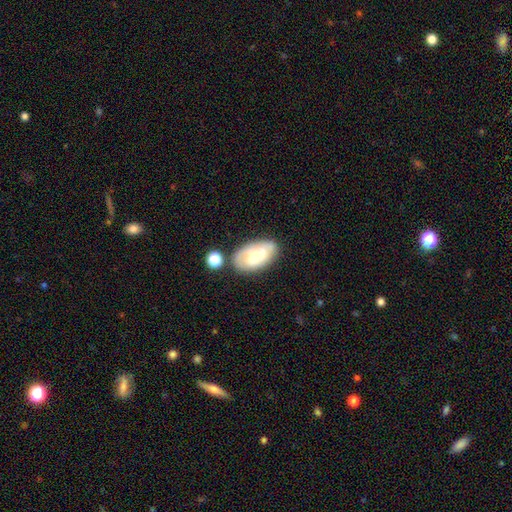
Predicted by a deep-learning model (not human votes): This appears to be a smooth galaxy with no disk features (60%) that is in between round and cigar-shaped (94%). Merging: none (57%).